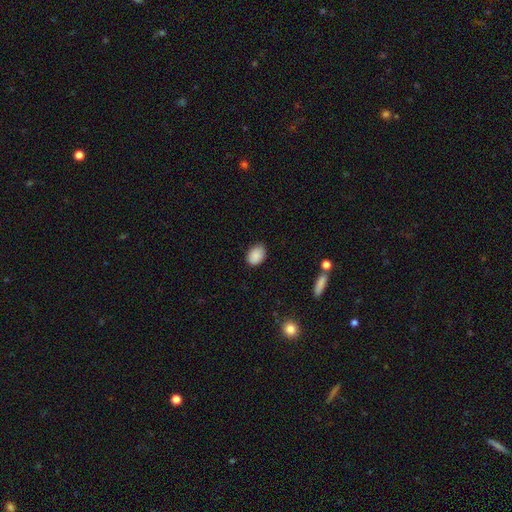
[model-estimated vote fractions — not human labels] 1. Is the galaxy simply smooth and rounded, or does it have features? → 89% smooth, 8% star or artifact, 4% featured or disk.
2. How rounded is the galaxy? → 79% in between, 20% round, 1% cigar-shaped.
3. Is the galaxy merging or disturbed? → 82% none, 14% minor disturbance, 3% major disturbance, 1% merger.